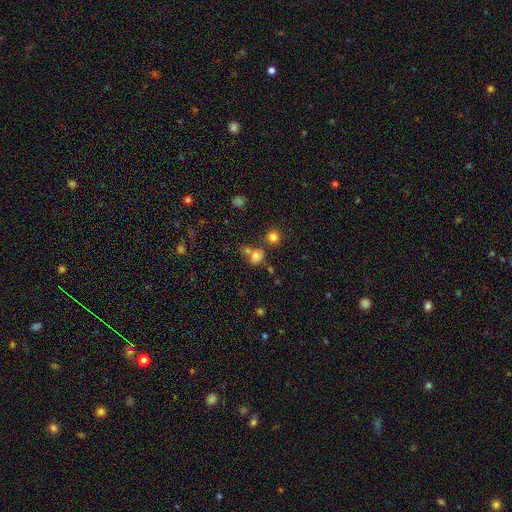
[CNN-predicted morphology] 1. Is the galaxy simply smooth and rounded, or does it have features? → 72% smooth, 16% star or artifact, 12% featured or disk.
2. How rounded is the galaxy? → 65% round, 34% in between, 1% cigar-shaped.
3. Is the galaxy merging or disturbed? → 51% none, 29% merger, 14% minor disturbance, 7% major disturbance.